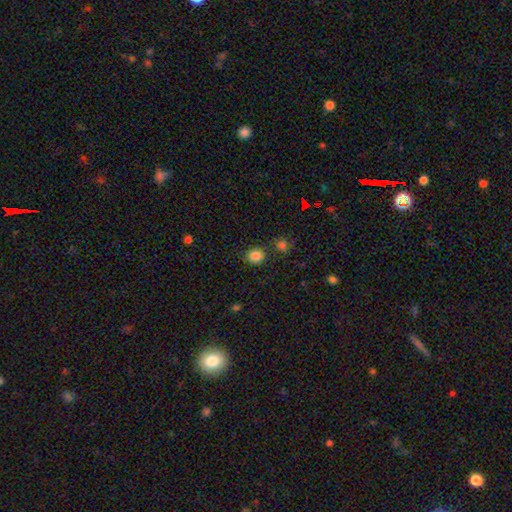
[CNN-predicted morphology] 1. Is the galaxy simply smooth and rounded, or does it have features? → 83% smooth, 12% star or artifact, 5% featured or disk.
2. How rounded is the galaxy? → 71% round, 28% in between, 1% cigar-shaped.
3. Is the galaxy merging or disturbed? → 79% none, 12% minor disturbance, 6% merger, 3% major disturbance.